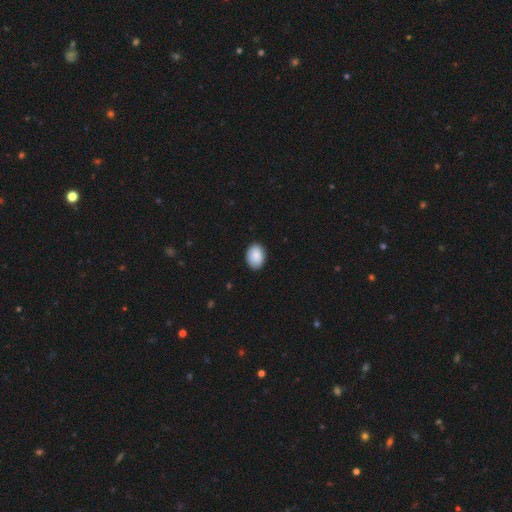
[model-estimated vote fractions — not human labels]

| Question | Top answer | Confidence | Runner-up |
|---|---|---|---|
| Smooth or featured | smooth | 90% | star or artifact (6%) |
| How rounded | in between | 80% | round (19%) |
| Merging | none | 89% | minor disturbance (9%) |